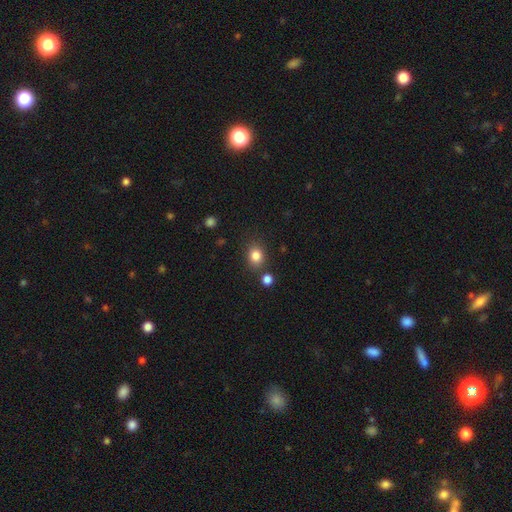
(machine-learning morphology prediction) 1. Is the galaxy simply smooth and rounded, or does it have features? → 83% smooth, 11% star or artifact, 6% featured or disk.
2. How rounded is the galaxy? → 62% round, 37% in between, 1% cigar-shaped.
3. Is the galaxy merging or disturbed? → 78% none, 11% minor disturbance, 7% merger, 3% major disturbance.